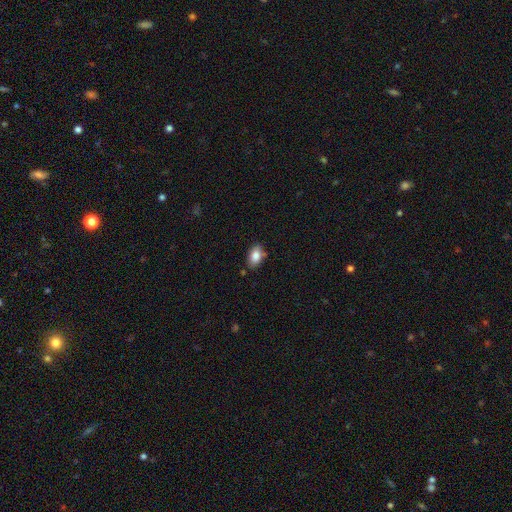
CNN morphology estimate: Smooth or featured: smooth — 85% (star or artifact — 8%)
How rounded: in between — 89% (round — 9%)
Merging: none — 78% (minor disturbance — 15%)